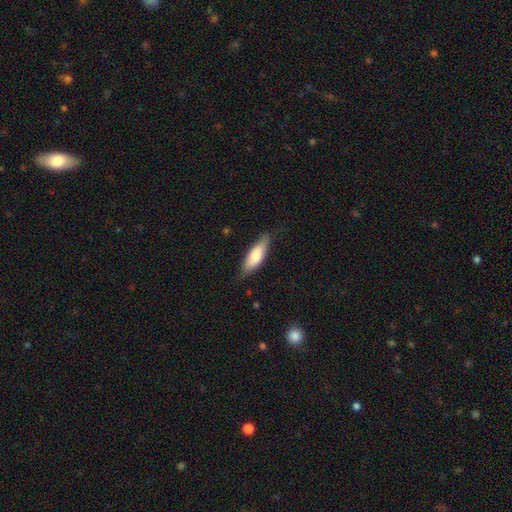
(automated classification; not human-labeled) A smooth galaxy with no disk features (71%) that is in between round and cigar-shaped (59%). Merging: none (74%).